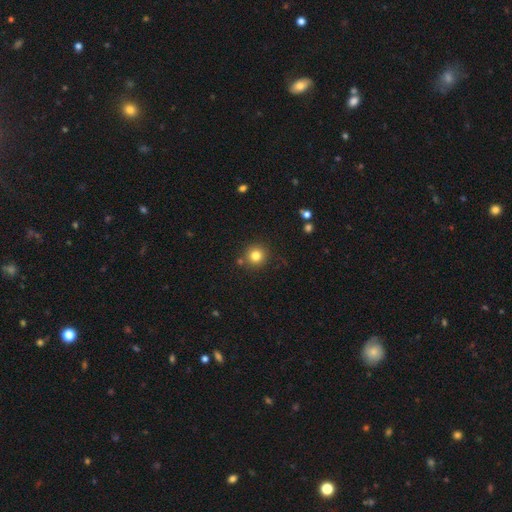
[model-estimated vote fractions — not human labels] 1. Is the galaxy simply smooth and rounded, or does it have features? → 81% smooth, 12% star or artifact, 7% featured or disk.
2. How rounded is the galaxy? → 94% round, 5% in between, 1% cigar-shaped.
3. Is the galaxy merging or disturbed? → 86% none, 7% minor disturbance, 5% merger, 2% major disturbance.